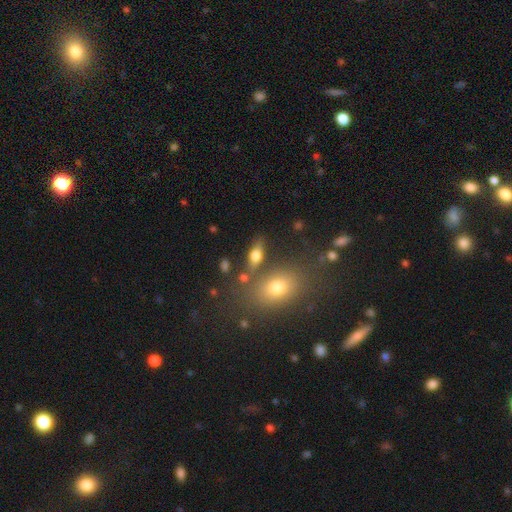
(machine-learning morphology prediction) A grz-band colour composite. It shows a smooth galaxy with no disk features (61%) that is in between round and cigar-shaped (70%). Merging: none (68%).